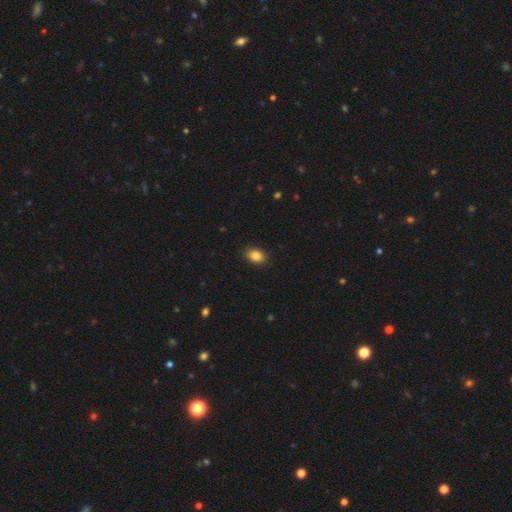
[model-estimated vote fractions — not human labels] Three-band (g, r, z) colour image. It shows a smooth galaxy with no disk features (86%) that is in between round and cigar-shaped (79%). Merging: none (88%).